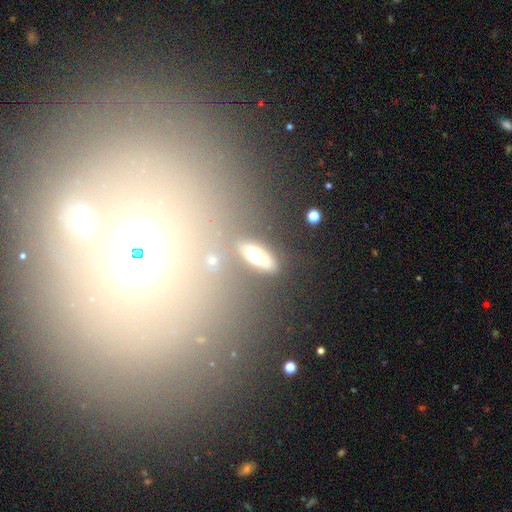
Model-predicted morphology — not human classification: smooth_or_featured: smooth (p=0.59) [alt: featured or disk p=0.24]
how_rounded: in between (p=0.65) [alt: cigar-shaped p=0.24]
merging: none (p=0.73) [alt: minor disturbance p=0.13]